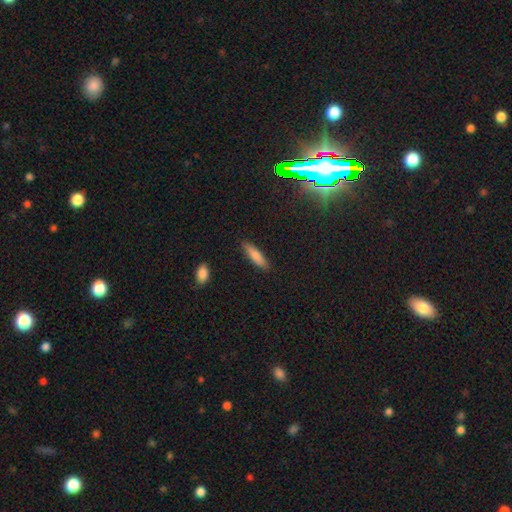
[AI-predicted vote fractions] Q: Smooth or featured?
A: smooth (83%); runner-up: featured or disk (11%)
Q: How rounded?
A: cigar-shaped (62%); runner-up: in between (36%)
Q: Merging?
A: none (86%); runner-up: minor disturbance (10%)